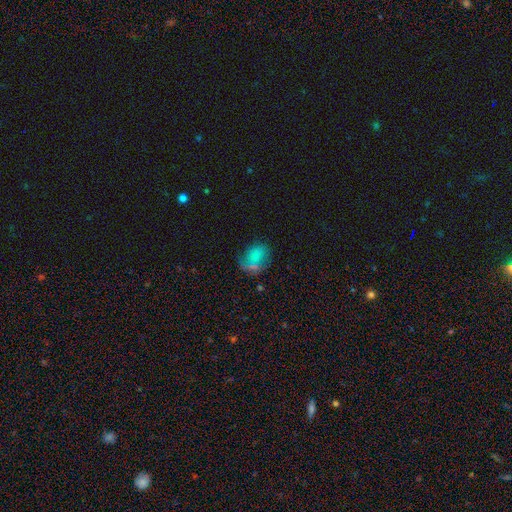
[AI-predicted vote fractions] Smooth or featured: smooth — 62% (featured or disk — 20%)
How rounded: in between — 50% (round — 48%)
Merging: none — 52% (minor disturbance — 21%)